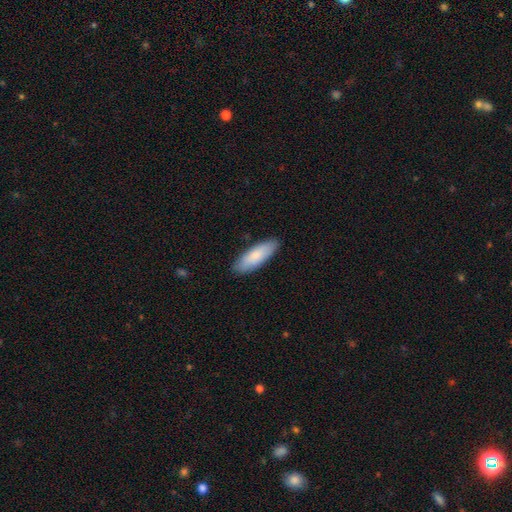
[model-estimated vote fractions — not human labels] Q: Smooth or featured?
A: smooth (84%); runner-up: featured or disk (11%)
Q: How rounded?
A: in between (58%); runner-up: cigar-shaped (41%)
Q: Merging?
A: none (88%); runner-up: minor disturbance (9%)